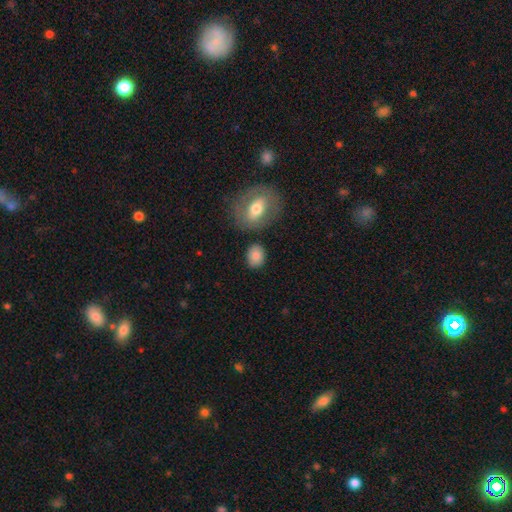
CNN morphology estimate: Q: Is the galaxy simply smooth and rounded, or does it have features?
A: smooth — 84%.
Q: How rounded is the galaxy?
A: in between — 54%.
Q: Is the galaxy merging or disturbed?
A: none — 79%.